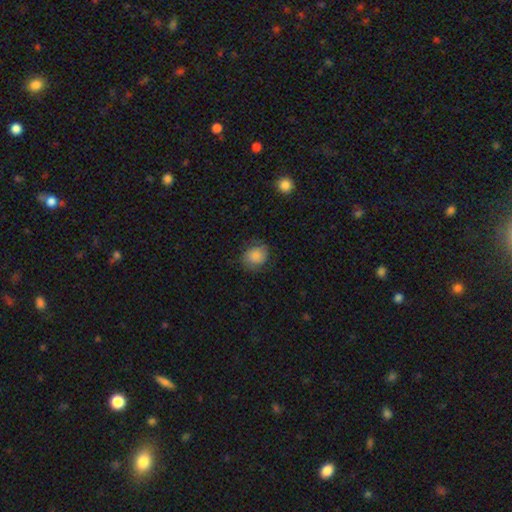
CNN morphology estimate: This appears to be a smooth galaxy with no disk features (81%) that is round (70%). Merging: none (72%).